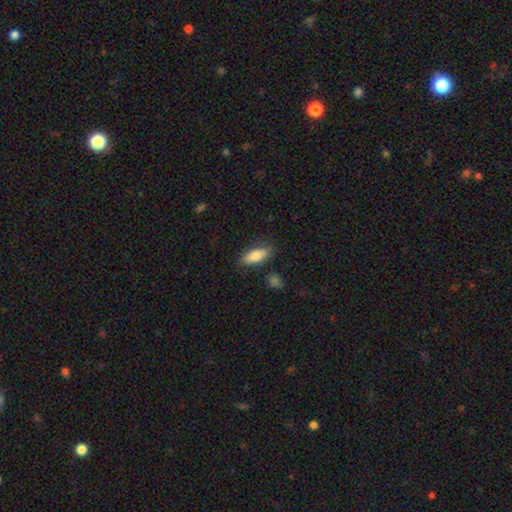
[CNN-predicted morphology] A smooth galaxy with no disk features (76%) that is in between round and cigar-shaped (74%). Merging: none (81%).